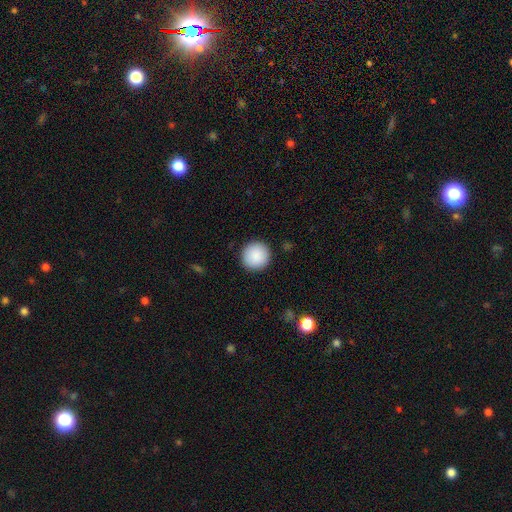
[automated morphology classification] Smooth or featured?
  - smooth: 89% *
  - star or artifact: 7%
  - featured or disk: 3%
How rounded?
  - round: 95% *
  - in between: 4%
  - cigar-shaped: 1%
Merging?
  - none: 92% *
  - minor disturbance: 5%
  - major disturbance: 2%
  - merger: 1%